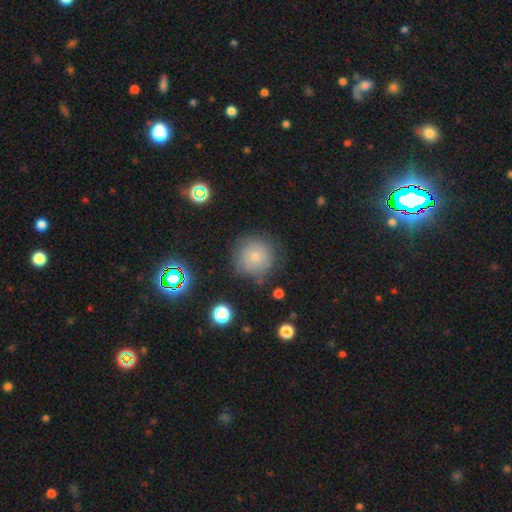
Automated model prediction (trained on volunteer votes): A smooth galaxy with no disk features (62%) that is round (94%).

Vote fractions:
- Smooth or featured? smooth: 62% / star or artifact: 21% / featured or disk: 17%
- How rounded? round: 94% / in between: 5% / cigar-shaped: 1%
- Merging? none: 80% / minor disturbance: 13% / major disturbance: 5% / merger: 2%